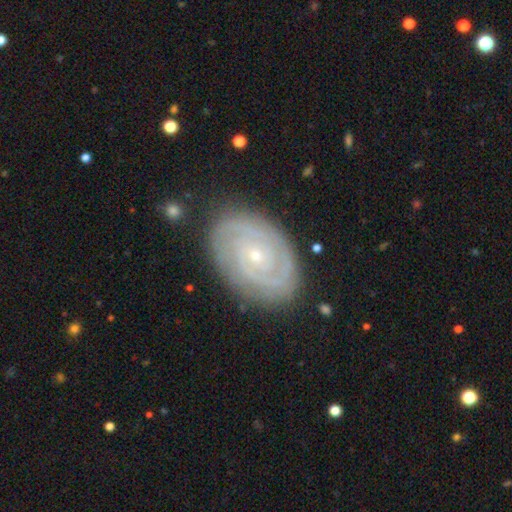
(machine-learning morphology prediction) Overall: featured or disk (88%). Edge-on disk: no (97%). Bar: no (74%). Spiral arms: yes (97%). Spiral arm count: 2 (54%; 3 16%). Spiral winding: tight (79%). Bulge size: small (82%). Merging: none (84%).